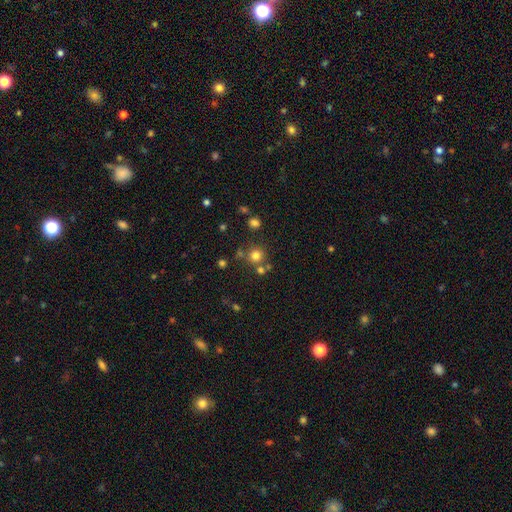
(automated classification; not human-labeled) Smooth or featured? smooth (74%)
How rounded? round (91%)
Merging? none (71%)